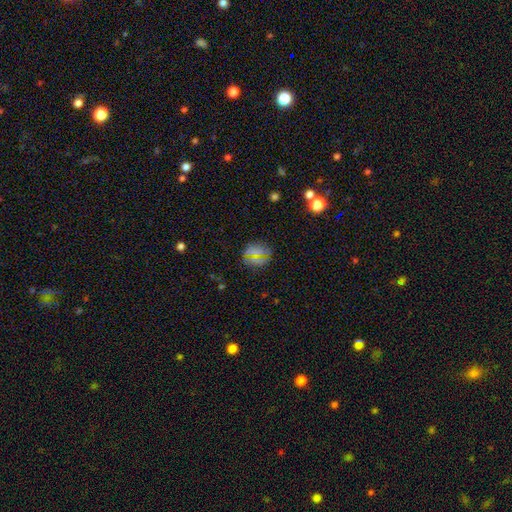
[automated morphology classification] smooth_or_featured: smooth (p=0.64) [alt: star or artifact p=0.26]
how_rounded: round (p=0.64) [alt: in between p=0.31]
merging: none (p=0.80) [alt: minor disturbance p=0.12]